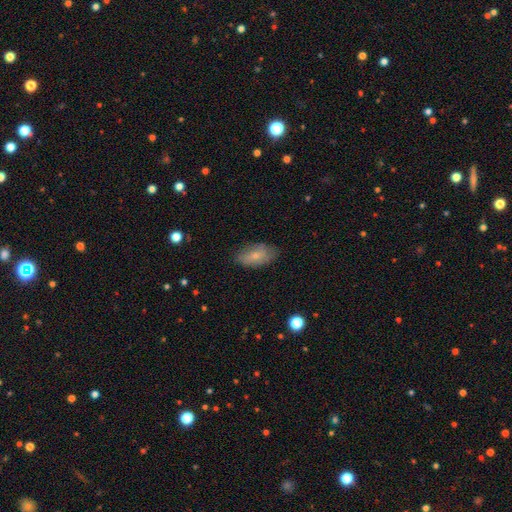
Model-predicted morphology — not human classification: Smooth or featured? Predicted: smooth (p=0.72). How rounded? Predicted: in between (p=0.91). Merging? Predicted: none (p=0.75).